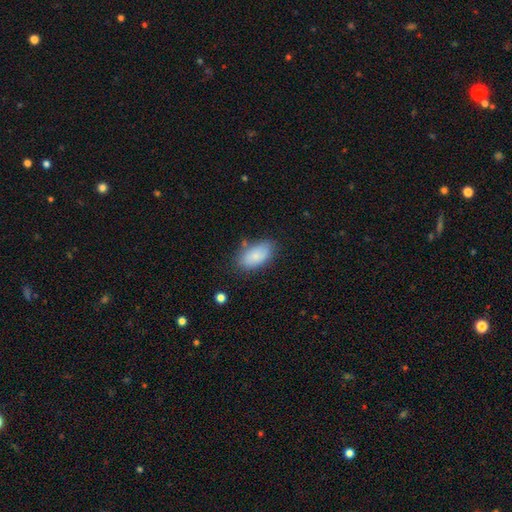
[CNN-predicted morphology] Smooth or featured? smooth (82%)
How rounded? in between (93%)
Merging? none (72%)